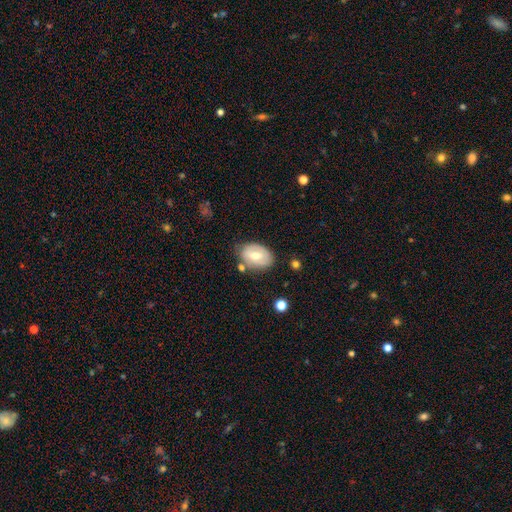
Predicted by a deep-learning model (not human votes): Q: Smooth or featured?
A: smooth (55%); runner-up: featured or disk (38%)
Q: How rounded?
A: in between (81%); runner-up: round (17%)
Q: Merging?
A: none (68%); runner-up: minor disturbance (21%)